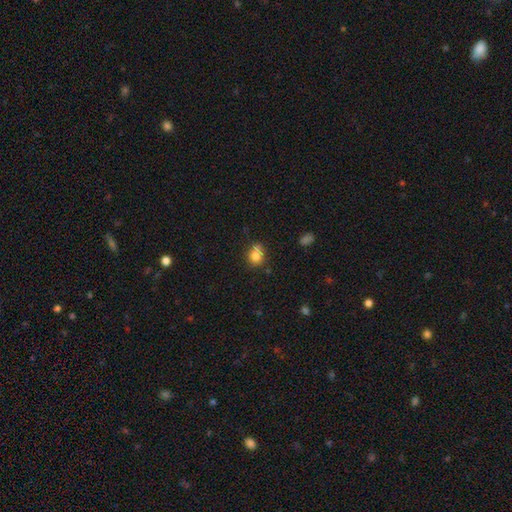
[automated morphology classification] Smooth or featured: smooth — 78% (star or artifact — 11%)
How rounded: round — 53% (in between — 46%)
Merging: none — 48% (minor disturbance — 28%)